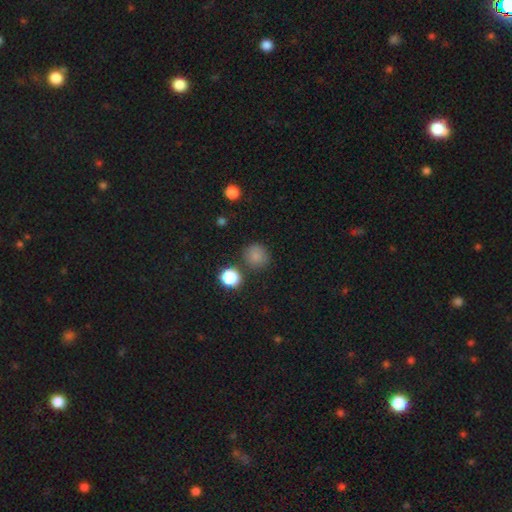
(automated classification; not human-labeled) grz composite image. It shows a smooth galaxy with no disk features (81%) that is round (89%). Merging: none (79%).